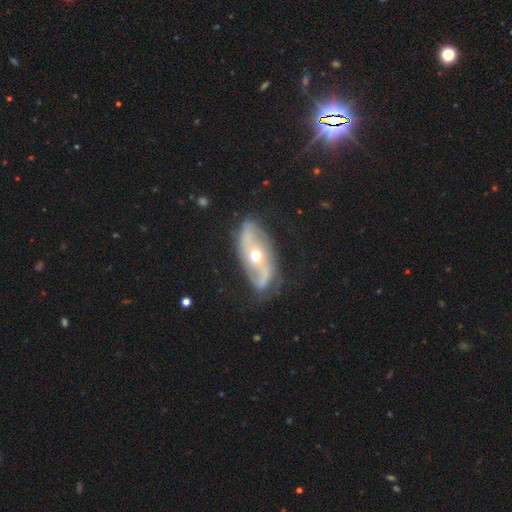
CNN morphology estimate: Overall: featured or disk (77%). Edge-on disk: no (90%). Bar: no (59%; weak 24%). Spiral arms: yes (78%). Spiral arm count: 2 (85%). Spiral winding: loose (52%; medium 32%). Bulge size: moderate (72%). Merging: none (70%).